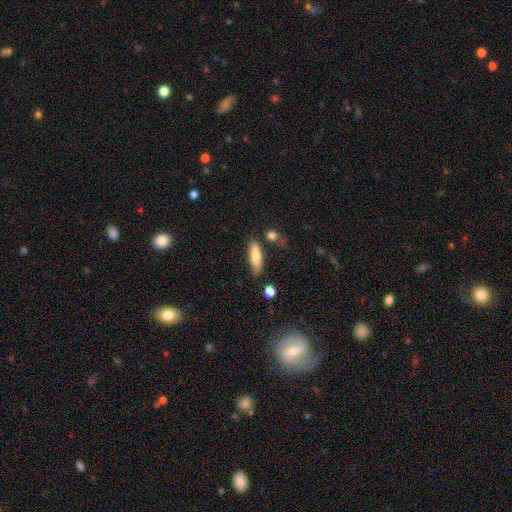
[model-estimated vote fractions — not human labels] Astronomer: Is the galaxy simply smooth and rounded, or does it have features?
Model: smooth — 79%.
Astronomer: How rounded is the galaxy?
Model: cigar-shaped — 55% (runner-up: in between, 43%).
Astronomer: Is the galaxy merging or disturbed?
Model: none — 70%.